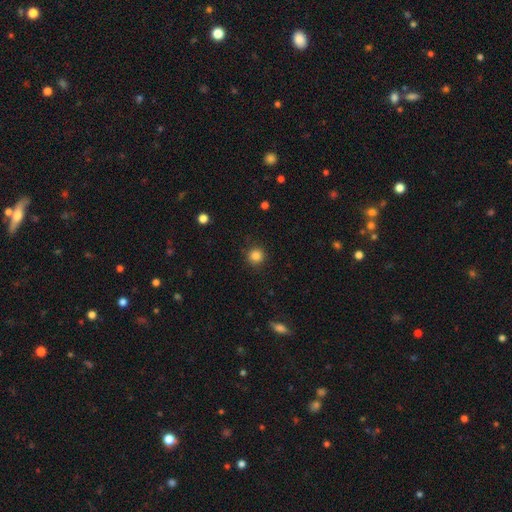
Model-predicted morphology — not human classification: A smooth galaxy with no disk features (85%) that is round (95%).

Vote fractions:
- Smooth or featured? smooth: 85% / star or artifact: 12% / featured or disk: 4%
- How rounded? round: 95% / in between: 4% / cigar-shaped: 1%
- Merging? none: 90% / minor disturbance: 6% / major disturbance: 2% / merger: 1%